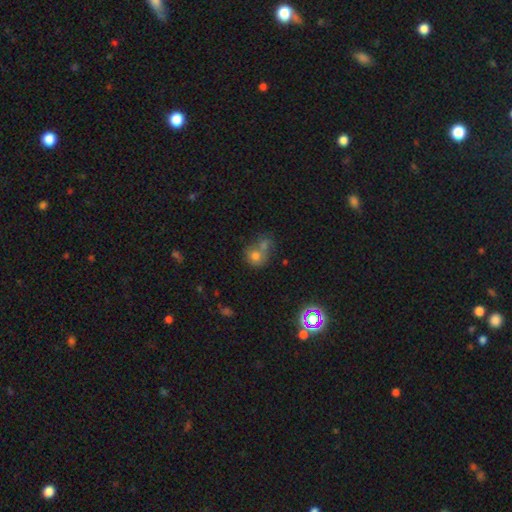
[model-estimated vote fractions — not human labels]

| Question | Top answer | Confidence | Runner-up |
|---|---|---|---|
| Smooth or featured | smooth | 60% | star or artifact (25%) |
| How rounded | round | 78% | in between (21%) |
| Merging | merger | 51% | none (36%) |